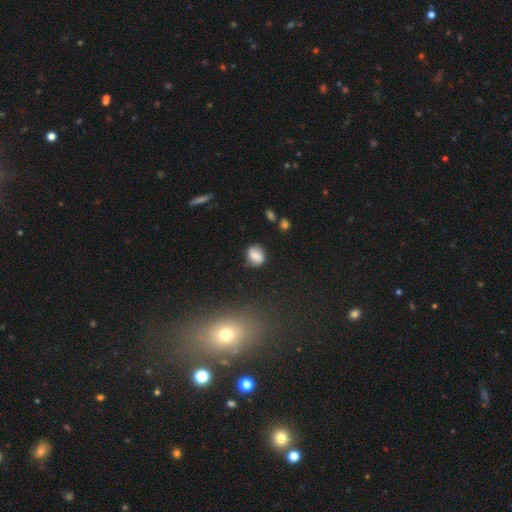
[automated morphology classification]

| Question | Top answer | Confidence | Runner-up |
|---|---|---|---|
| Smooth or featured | smooth | 76% | featured or disk (14%) |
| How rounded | in between | 55% | round (43%) |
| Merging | none | 70% | minor disturbance (20%) |